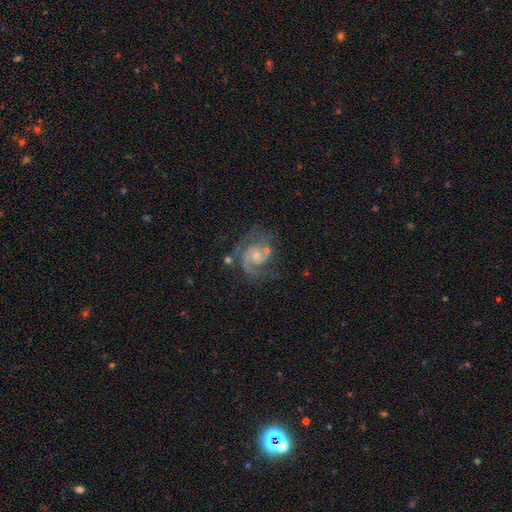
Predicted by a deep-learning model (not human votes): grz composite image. It shows a featured or disk galaxy (88%) with no bar (57%), 2 (80%) medium (52%) spiral arms (97%) and a small central bulge (62%). Merging: none (63%).